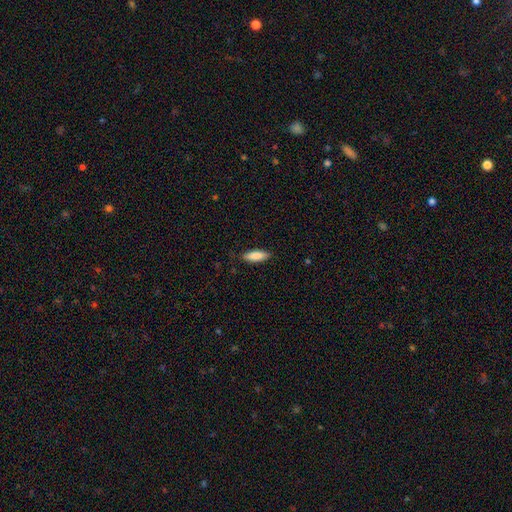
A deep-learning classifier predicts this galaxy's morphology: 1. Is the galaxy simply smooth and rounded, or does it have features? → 84% smooth, 10% featured or disk, 6% star or artifact.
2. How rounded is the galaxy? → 54% in between, 44% cigar-shaped, 2% round.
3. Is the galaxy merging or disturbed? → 84% none, 13% minor disturbance, 2% major disturbance, 1% merger.